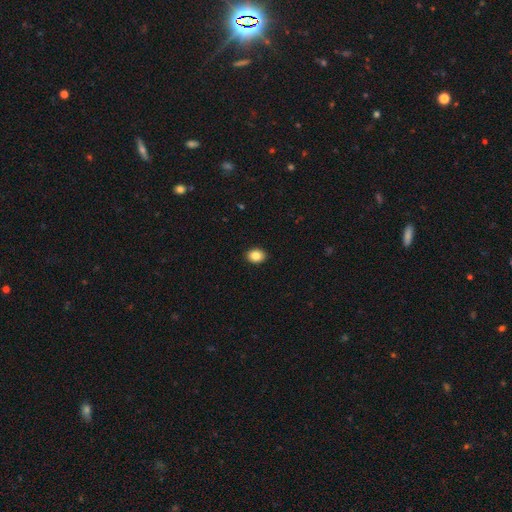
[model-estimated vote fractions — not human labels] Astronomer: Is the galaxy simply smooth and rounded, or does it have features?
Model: smooth — 85%.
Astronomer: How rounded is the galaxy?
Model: in between — 59% (runner-up: round, 40%).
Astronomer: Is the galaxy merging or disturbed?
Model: none — 91%.